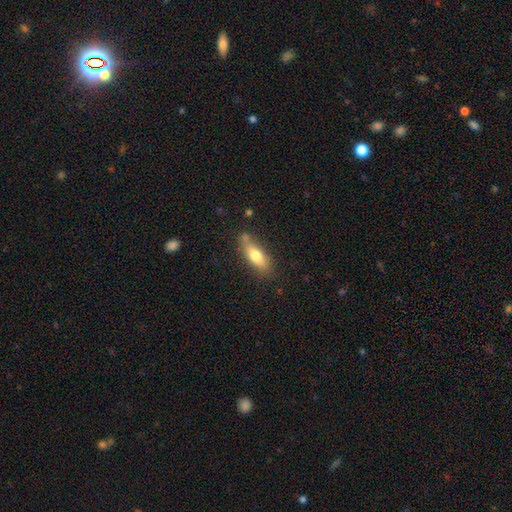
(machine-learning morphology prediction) Smooth or featured: smooth — 72% (featured or disk — 21%)
How rounded: in between — 65% (cigar-shaped — 33%)
Merging: none — 69% (minor disturbance — 19%)